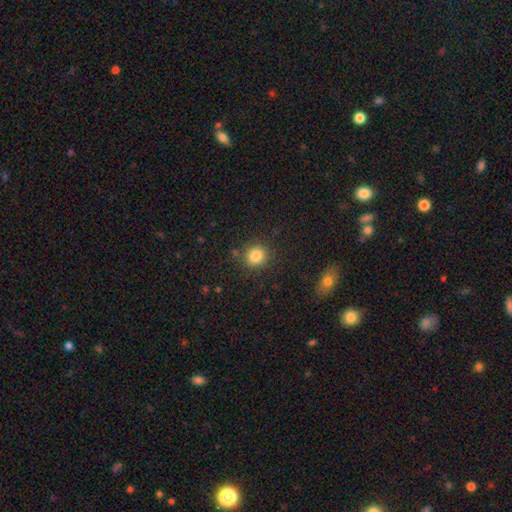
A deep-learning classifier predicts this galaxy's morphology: smooth-or-featured: smooth: 83% | star or artifact: 11% | featured or disk: 6%
  how-rounded: round: 84% | in between: 15% | cigar-shaped: 1%
  merging: none: 85% | minor disturbance: 9% | merger: 3% | major disturbance: 3%